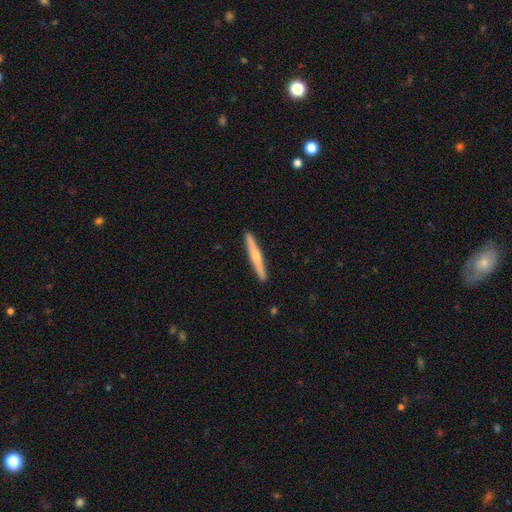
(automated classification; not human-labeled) Smooth or featured? featured or disk (60%)
Edge-on disk? yes (95%)
Edge-on bulge? rounded (82%)
Merging? none (89%)